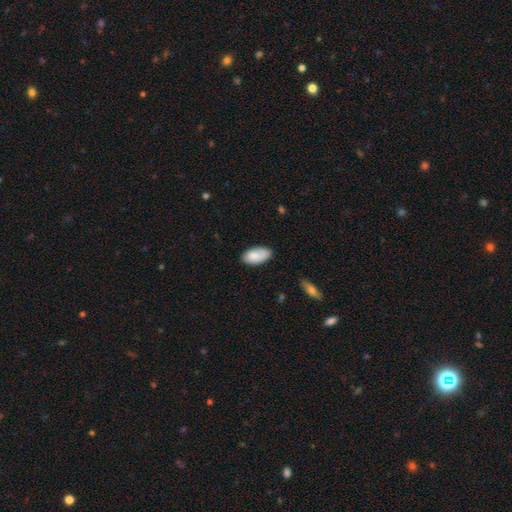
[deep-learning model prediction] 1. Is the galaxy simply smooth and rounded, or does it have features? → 82% smooth, 11% featured or disk, 6% star or artifact.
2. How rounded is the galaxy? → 95% in between, 3% cigar-shaped, 2% round.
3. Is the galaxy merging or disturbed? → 77% none, 19% minor disturbance, 3% major disturbance, 2% merger.